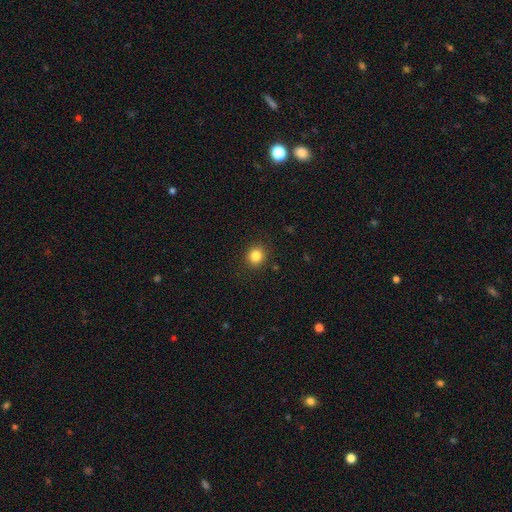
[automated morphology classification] smooth_or_featured: smooth (p=0.83) [alt: star or artifact p=0.11]
how_rounded: round (p=0.82) [alt: in between p=0.17]
merging: none (p=0.90) [alt: minor disturbance p=0.06]